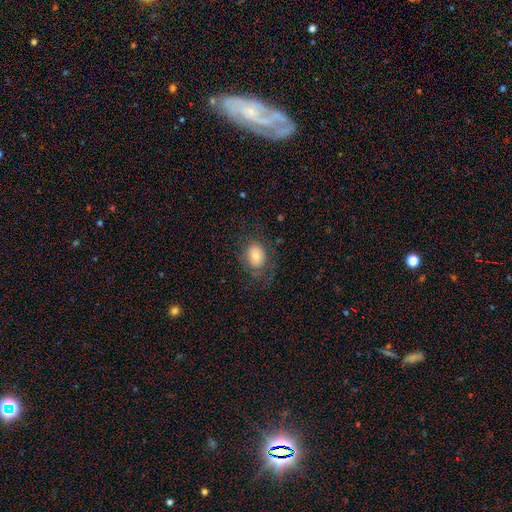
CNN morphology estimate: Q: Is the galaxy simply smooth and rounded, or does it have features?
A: smooth — 64%.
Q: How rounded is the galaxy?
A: in between — 69%.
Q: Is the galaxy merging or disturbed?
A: none — 61%.